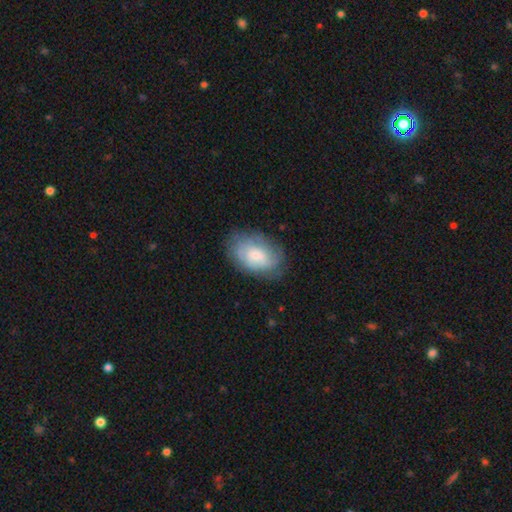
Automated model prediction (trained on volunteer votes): smooth_or_featured: smooth (p=0.54) [alt: featured or disk p=0.38]
how_rounded: in between (p=0.86) [alt: round p=0.12]
merging: none (p=0.70) [alt: minor disturbance p=0.21]